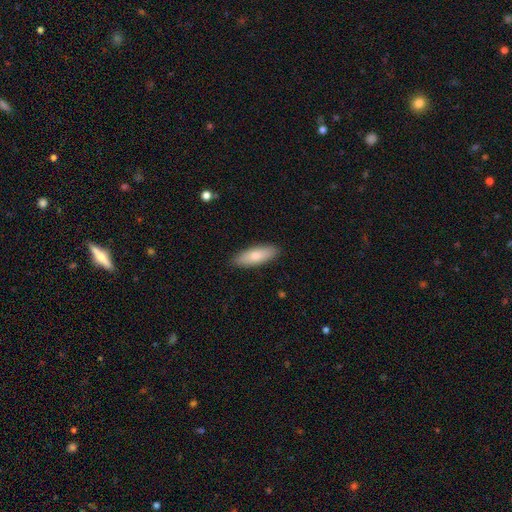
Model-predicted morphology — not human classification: Q: Smooth or featured?
A: smooth (78%); runner-up: featured or disk (17%)
Q: How rounded?
A: in between (63%); runner-up: cigar-shaped (35%)
Q: Merging?
A: none (89%); runner-up: minor disturbance (8%)